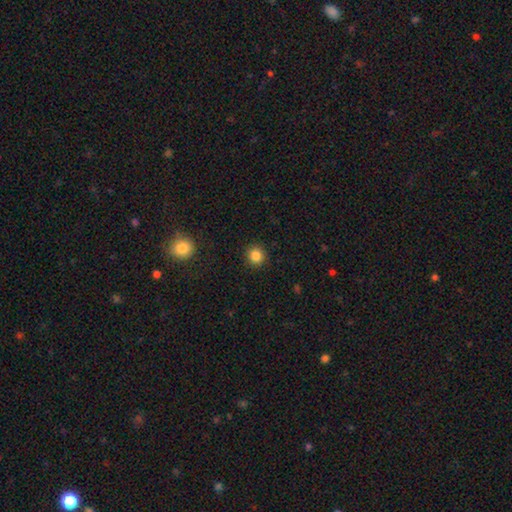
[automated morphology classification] A smooth galaxy with no disk features (85%) that is round (92%). Merging: none (91%).